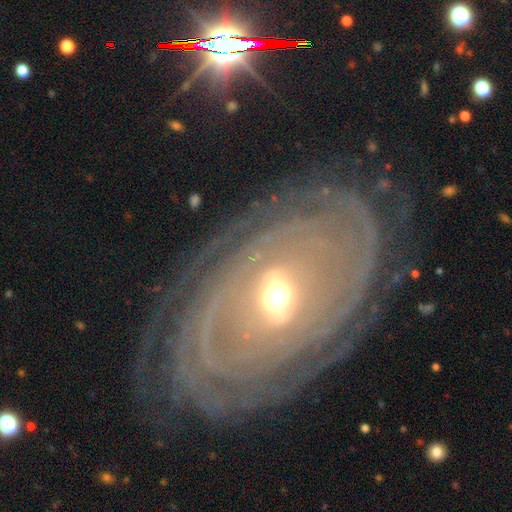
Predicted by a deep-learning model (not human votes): Smooth or featured?
  - featured or disk: 87% *
  - smooth: 6%
  - star or artifact: 6%
Edge-on disk?
  - no: 94% *
  - yes: 6%
Bar?
  - no: 46% *
  - weak: 35%
  - strong: 19%
Spiral arms?
  - yes: 92% *
  - no: 8%
Spiral winding?
  - tight: 84% *
  - medium: 12%
  - loose: 4%
Spiral arm count?
  - can't tell: 38% *
  - more than 4: 17%
  - 2: 13%
  - 4: 13%
  - 3: 12%
  - 1: 7%
Bulge size?
  - moderate: 65% *
  - small: 28%
  - large: 5%
  - dominant: 1%
  - none: 1%
Merging?
  - none: 80% *
  - minor disturbance: 13%
  - major disturbance: 6%
  - merger: 1%